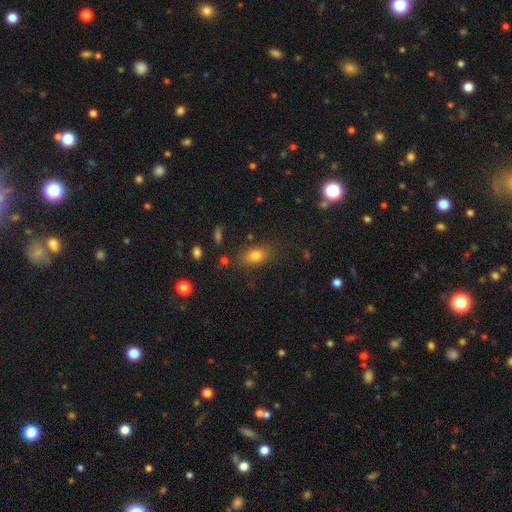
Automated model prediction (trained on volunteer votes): smooth 79%, star or artifact 11%, featured or disk 10%. Down the decision tree: how rounded — in between (79%); merging — none (76%).